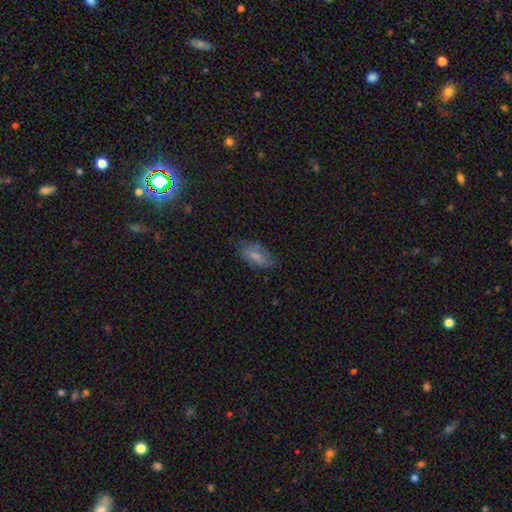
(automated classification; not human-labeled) Overall: smooth (68%). How rounded: in between (89%). Merging: none (69%).